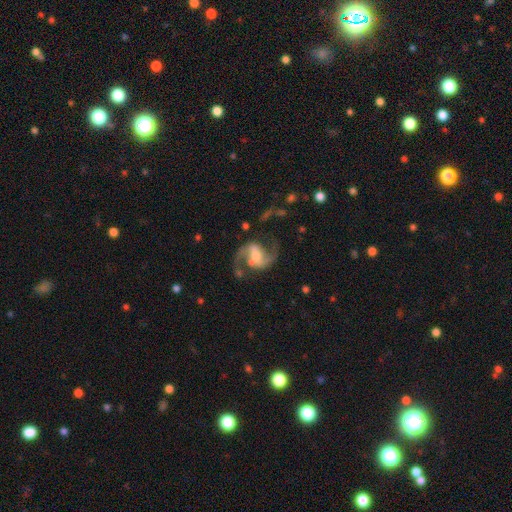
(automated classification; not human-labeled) Overall: featured or disk (90%). Edge-on disk: no (98%). Bar: weak (45%; strong 35%). Spiral arms: yes (97%). Spiral arm count: 2 (94%). Spiral winding: medium (49%; loose 44%). Bulge size: moderate (40%; small 37%). Merging: none (72%).